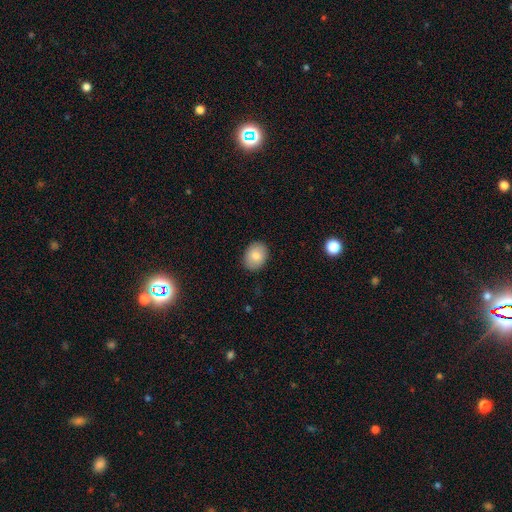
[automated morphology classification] smooth 83%, featured or disk 10%, star or artifact 7%. Down the decision tree: how rounded — in between (60%); merging — none (89%).